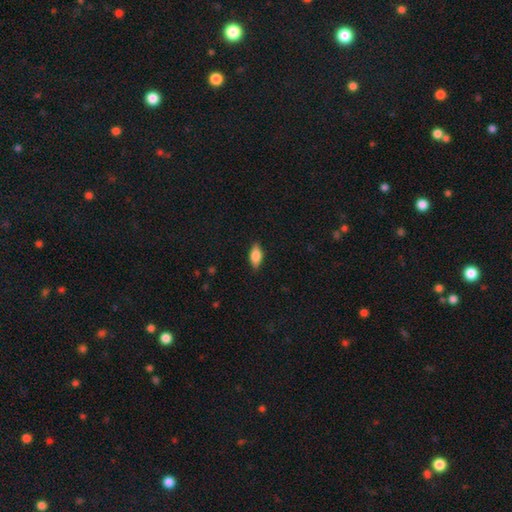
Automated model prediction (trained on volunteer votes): This appears to be a smooth galaxy with no disk features (77%) that is in between round and cigar-shaped (83%). Merging: none (86%).